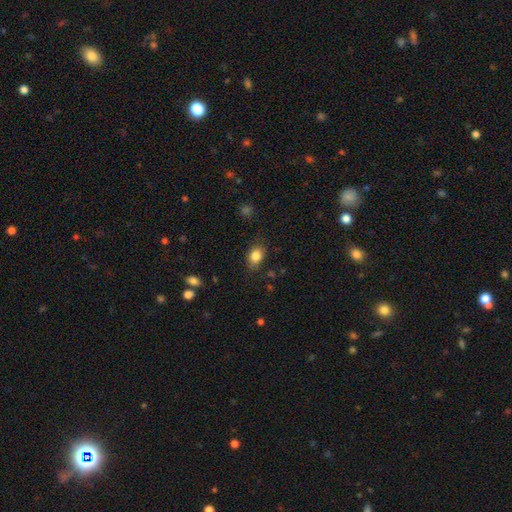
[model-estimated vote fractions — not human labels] The model was most divided on "how rounded": in between: 72%, round: 26%, cigar-shaped: 2%. More confident: smooth or featured — smooth (84%); merging — none (79%).